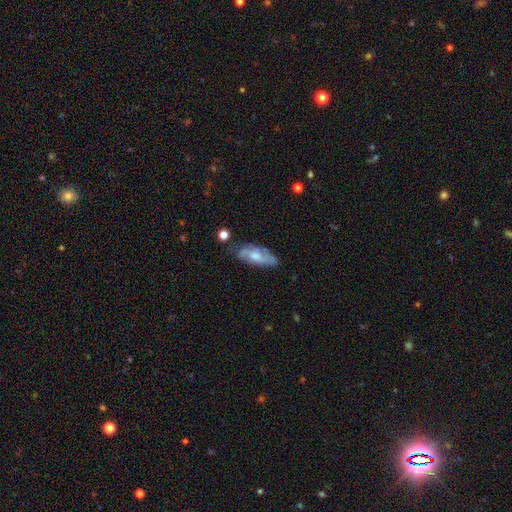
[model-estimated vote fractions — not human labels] The model was most divided on "smooth or featured": featured or disk: 51%, smooth: 43%, star or artifact: 7%. More confident: edge-on disk — no (83%); merging — none (62%).